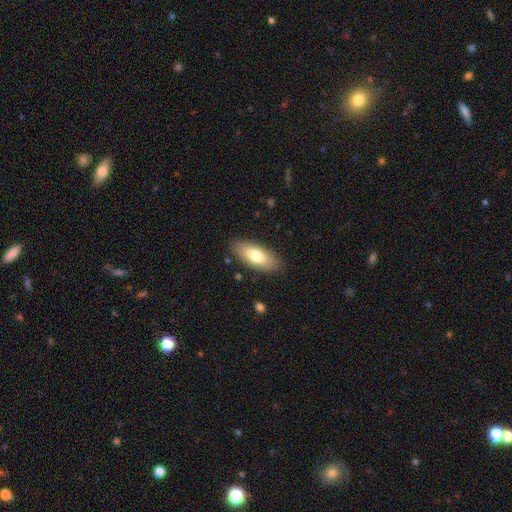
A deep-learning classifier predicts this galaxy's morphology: Smooth or featured?
  - smooth: 73% *
  - featured or disk: 20%
  - star or artifact: 6%
How rounded?
  - in between: 83% *
  - cigar-shaped: 15%
  - round: 2%
Merging?
  - none: 86% *
  - minor disturbance: 10%
  - major disturbance: 3%
  - merger: 1%